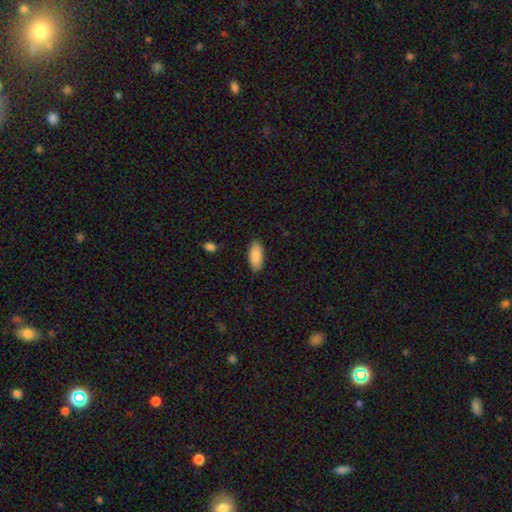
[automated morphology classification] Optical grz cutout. It shows a smooth galaxy with no disk features (89%) that is in between round and cigar-shaped (88%). Merging: none (88%).